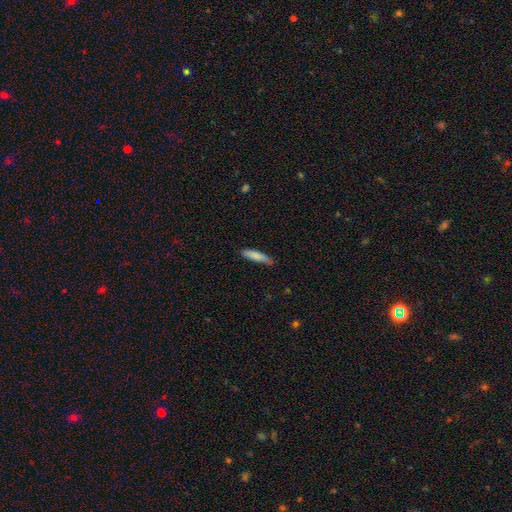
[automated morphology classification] Q: Smooth or featured?
A: smooth (82%); runner-up: featured or disk (12%)
Q: How rounded?
A: cigar-shaped (77%); runner-up: in between (22%)
Q: Merging?
A: none (76%); runner-up: minor disturbance (20%)